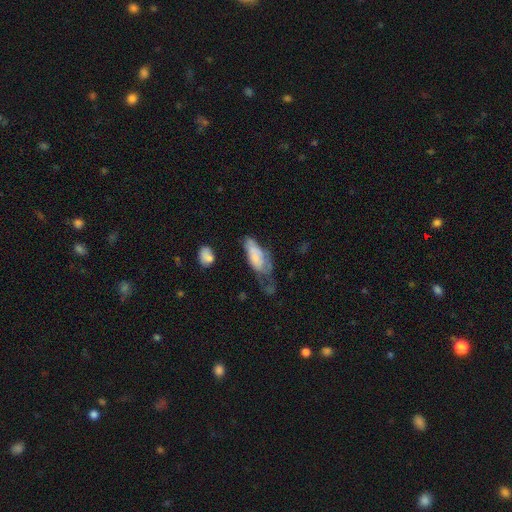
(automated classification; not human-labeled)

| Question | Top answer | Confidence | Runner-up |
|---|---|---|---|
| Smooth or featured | smooth | 59% | featured or disk (34%) |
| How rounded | in between | 80% | cigar-shaped (18%) |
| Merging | major disturbance | 38% | minor disturbance (32%) |